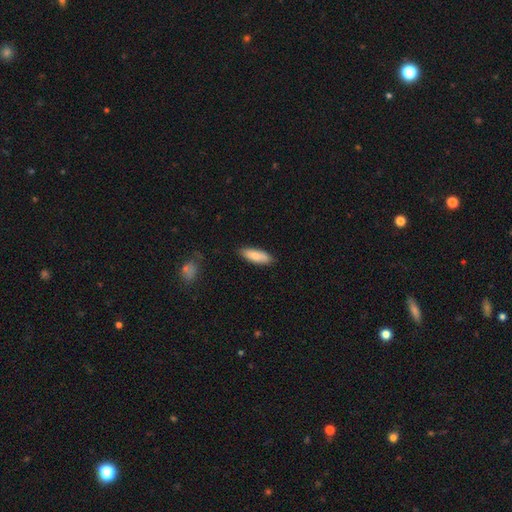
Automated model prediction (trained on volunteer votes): Smooth or featured?
  - smooth: 82% *
  - featured or disk: 12%
  - star or artifact: 6%
How rounded?
  - in between: 56% *
  - cigar-shaped: 42%
  - round: 2%
Merging?
  - none: 85% *
  - minor disturbance: 12%
  - major disturbance: 2%
  - merger: 1%